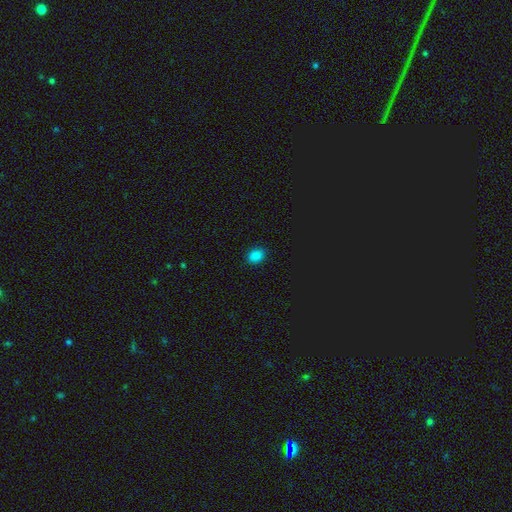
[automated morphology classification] Smooth or featured?
  - smooth: 81% *
  - star or artifact: 16%
  - featured or disk: 3%
How rounded?
  - in between: 62% *
  - round: 37%
  - cigar-shaped: 1%
Merging?
  - none: 87% *
  - minor disturbance: 10%
  - major disturbance: 2%
  - merger: 1%